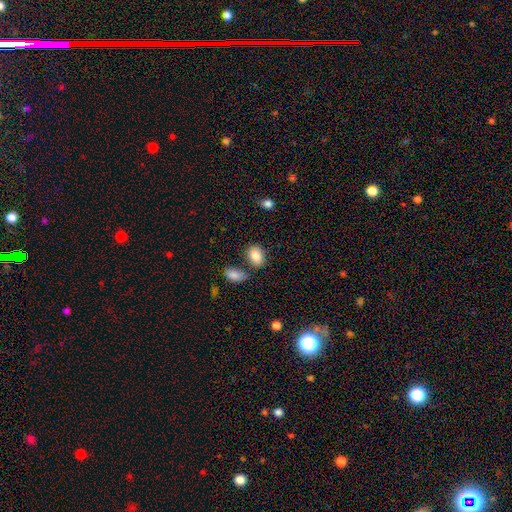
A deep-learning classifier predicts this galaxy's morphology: Smooth or featured? Predicted: smooth (p=0.87). How rounded? Predicted: in between (p=0.82). Merging? Predicted: none (p=0.68).